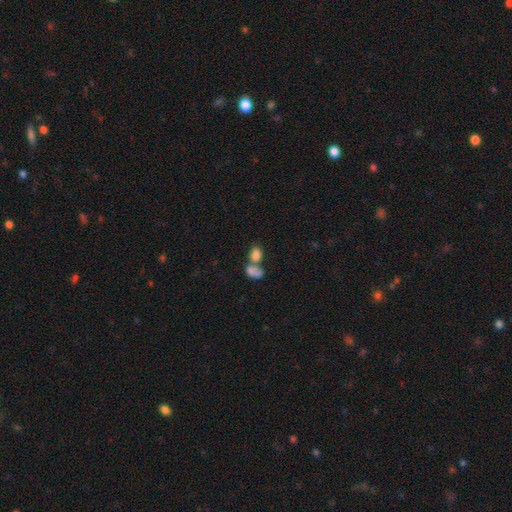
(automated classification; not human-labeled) This is likely a smooth galaxy (79%). How rounded: likely in between (76%). Merging: likely merger (62%).